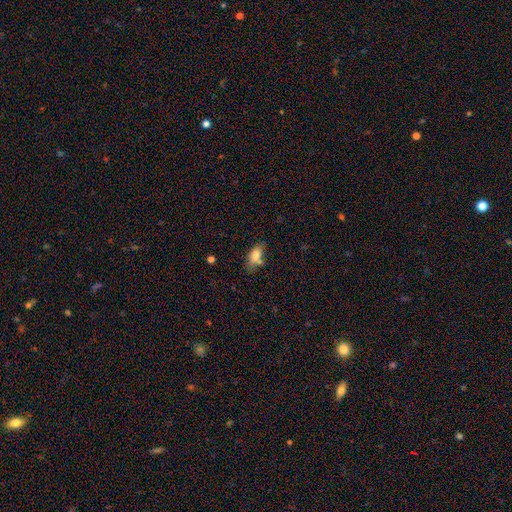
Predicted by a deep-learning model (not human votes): The model was most divided on "merging": none: 57%, minor disturbance: 21%, merger: 16%, major disturbance: 6%. More confident: how rounded — in between (85%); smooth or featured — smooth (78%).